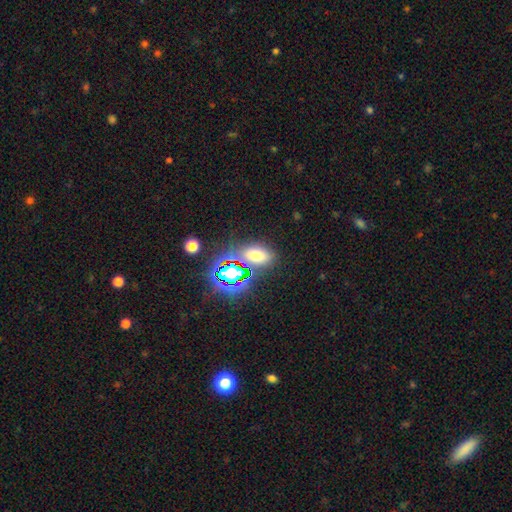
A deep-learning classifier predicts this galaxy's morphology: Q: Smooth or featured?
A: smooth (58%); runner-up: star or artifact (32%)
Q: How rounded?
A: in between (82%); runner-up: round (14%)
Q: Merging?
A: none (75%); runner-up: minor disturbance (12%)